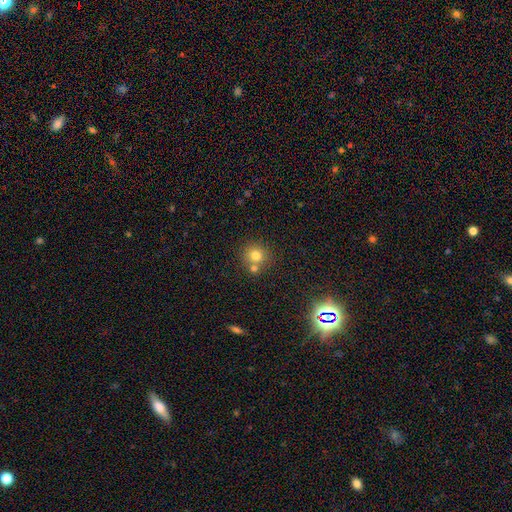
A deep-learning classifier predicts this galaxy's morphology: A smooth galaxy with no disk features (75%) that is round (89%).

Vote fractions:
- Smooth or featured? smooth: 75% / star or artifact: 14% / featured or disk: 11%
- How rounded? round: 89% / in between: 10% / cigar-shaped: 1%
- Merging? none: 61% / merger: 28% / minor disturbance: 8% / major disturbance: 3%